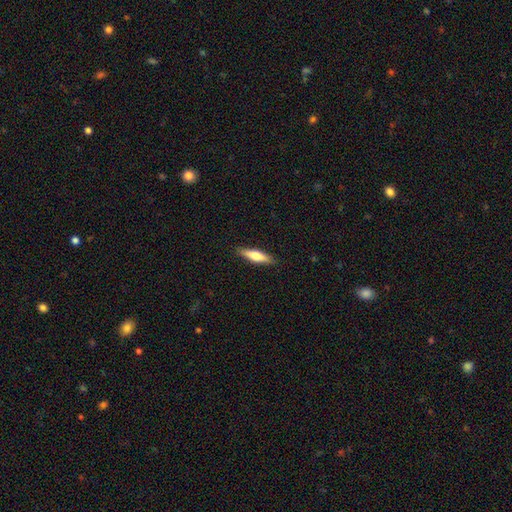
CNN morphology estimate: smooth-or-featured: smooth: 64% | featured or disk: 31% | star or artifact: 5%
  how-rounded: cigar-shaped: 70% | in between: 28% | round: 2%
  merging: none: 89% | minor disturbance: 8% | major disturbance: 2% | merger: 1%